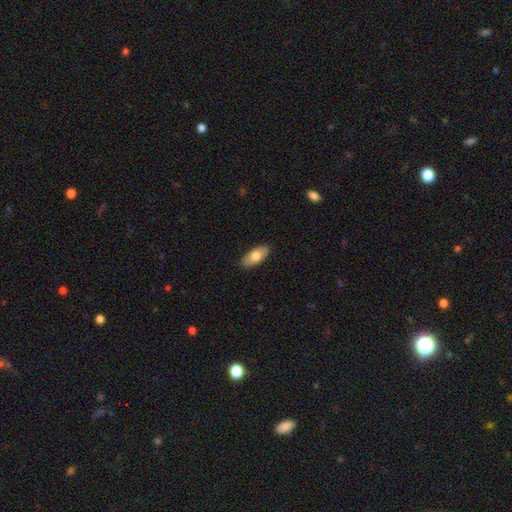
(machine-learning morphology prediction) A smooth galaxy with no disk features (74%) that is in between round and cigar-shaped (90%). Merging: none (88%).